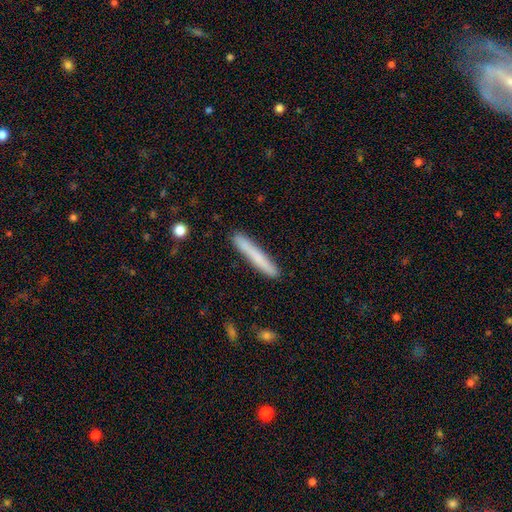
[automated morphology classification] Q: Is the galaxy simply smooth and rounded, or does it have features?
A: smooth — 72%.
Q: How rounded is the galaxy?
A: cigar-shaped — 96%.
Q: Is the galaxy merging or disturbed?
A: none — 87%.